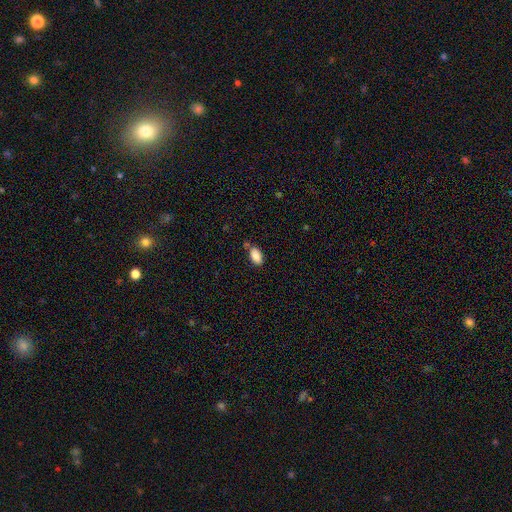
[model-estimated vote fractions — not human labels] smooth 87%, star or artifact 8%, featured or disk 6%. Down the decision tree: how rounded — in between (93%); merging — none (72%).